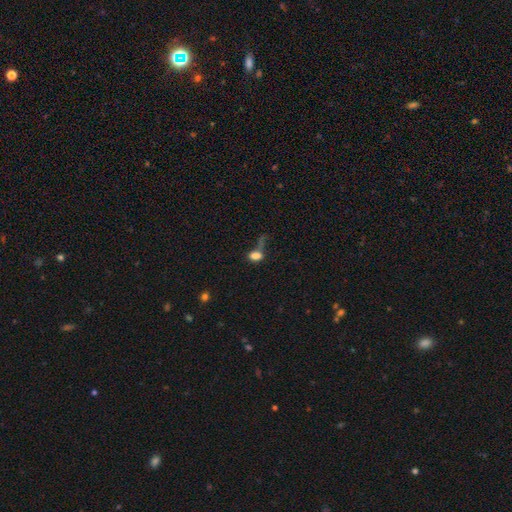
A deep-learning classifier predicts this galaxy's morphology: This is likely a smooth galaxy (75%). How rounded: likely in between (76%). Merging: marginally none (31%).